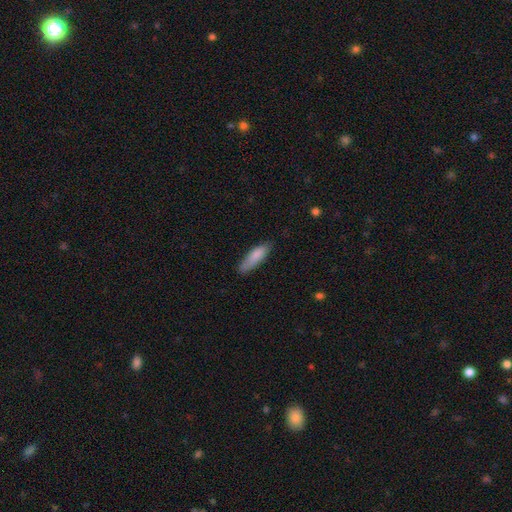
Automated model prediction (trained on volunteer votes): This appears to be a smooth galaxy with no disk features (84%) that is cigar-shaped (52%). Merging: none (74%).